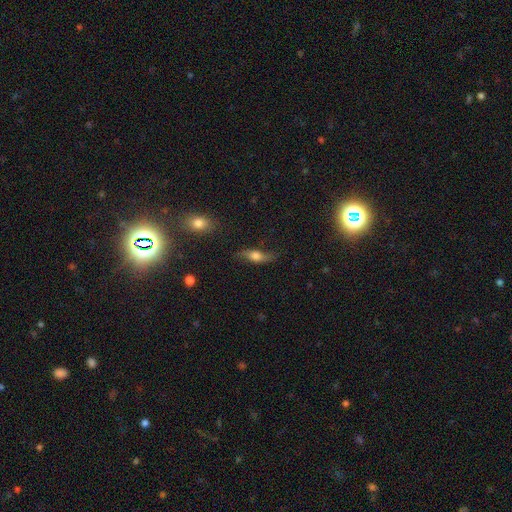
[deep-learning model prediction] This appears to be a featured or disk galaxy (47%). Merging: none (69%).